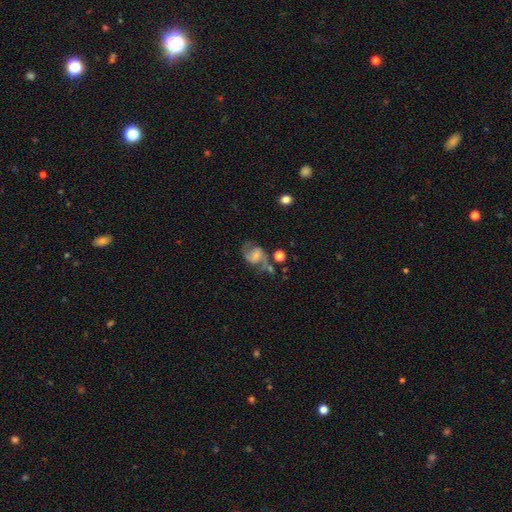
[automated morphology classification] Smooth or featured? Predicted: featured or disk (p=0.73). Edge-on disk? Predicted: no (p=0.97). Bar? Predicted: no (p=0.51). Spiral arms? Predicted: yes (p=0.93). Spiral winding? Predicted: medium (p=0.50). Spiral arm count? Predicted: 2 (p=0.89). Bulge size? Predicted: small (p=0.53). Merging? Predicted: none (p=0.55).